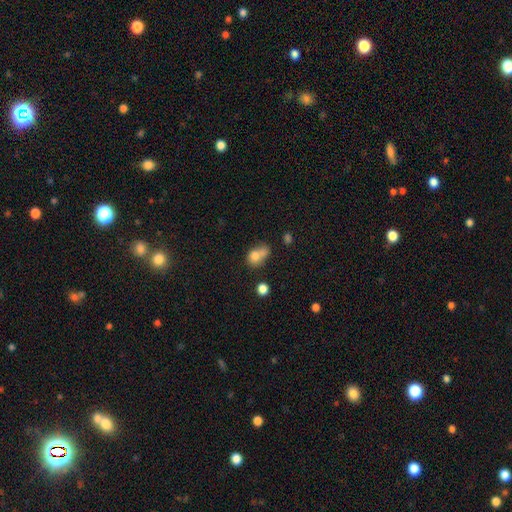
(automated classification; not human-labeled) A smooth galaxy with no disk features (75%) that is round (54%). Merging: merger (51%).